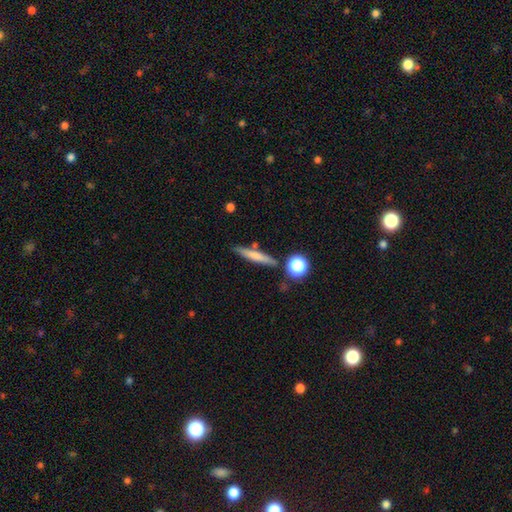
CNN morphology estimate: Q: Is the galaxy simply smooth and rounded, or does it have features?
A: smooth — 67%.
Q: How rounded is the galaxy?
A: cigar-shaped — 89%.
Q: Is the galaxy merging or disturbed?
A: none — 78%.